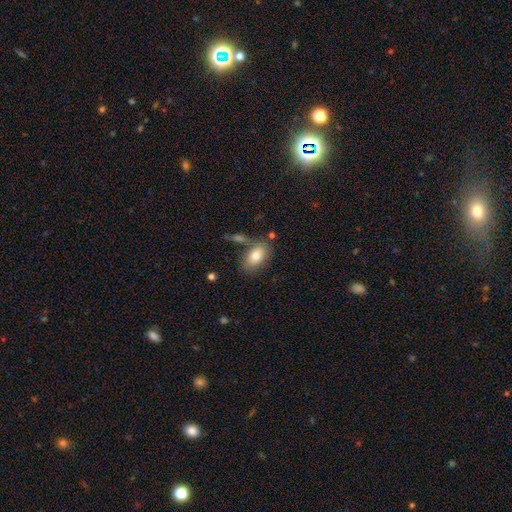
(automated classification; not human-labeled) Smooth or featured: smooth — 80% (featured or disk — 13%)
How rounded: in between — 90% (round — 7%)
Merging: none — 69% (minor disturbance — 15%)